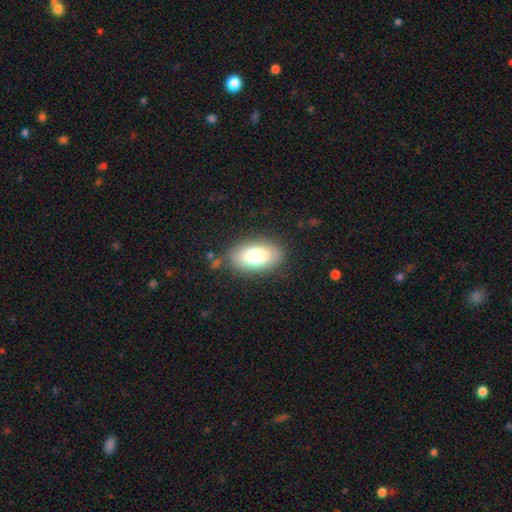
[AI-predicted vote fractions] Morphology: type=smooth (81%); roundness=in between (93%); merging=none (83%).